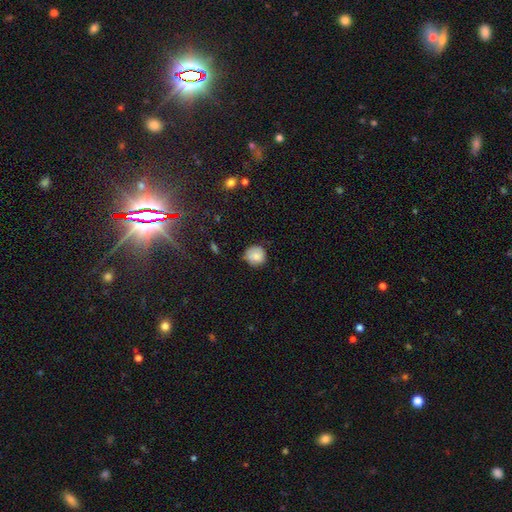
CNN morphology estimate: Smooth or featured: smooth — 83% (featured or disk — 9%)
How rounded: round — 88% (in between — 11%)
Merging: none — 66% (minor disturbance — 28%)